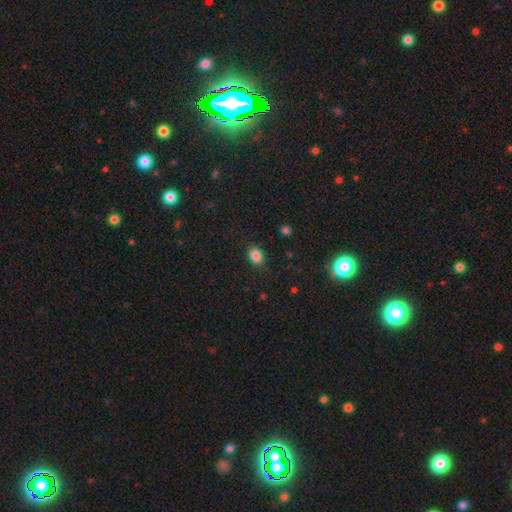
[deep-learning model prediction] Smooth or featured?
  - smooth: 85% *
  - star or artifact: 10%
  - featured or disk: 4%
How rounded?
  - in between: 60% *
  - round: 39%
  - cigar-shaped: 1%
Merging?
  - none: 87% *
  - minor disturbance: 9%
  - major disturbance: 3%
  - merger: 1%